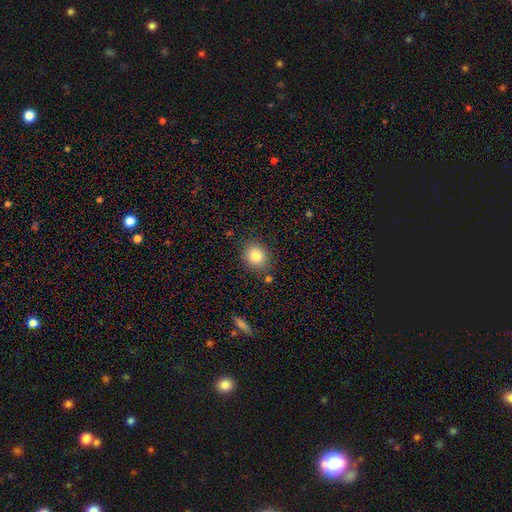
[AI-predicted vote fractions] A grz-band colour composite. It shows a smooth galaxy with no disk features (83%) that is round (73%). Merging: none (83%).